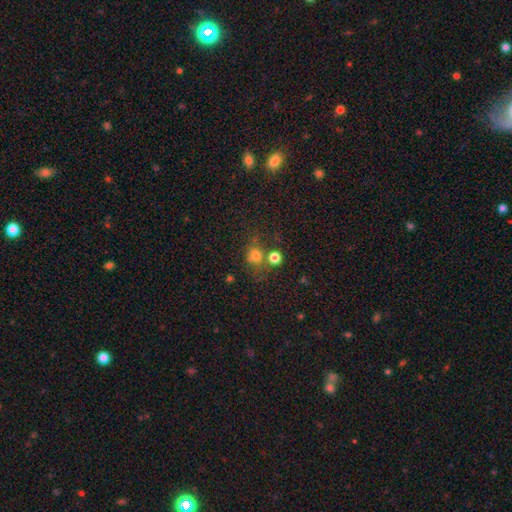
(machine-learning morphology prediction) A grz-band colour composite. It shows a smooth galaxy with no disk features (73%) that is round (82%). Merging: none (56%).